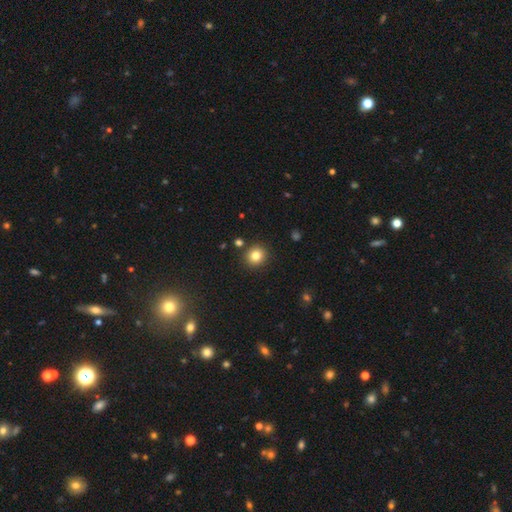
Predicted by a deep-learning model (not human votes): smooth-or-featured: smooth: 82% | star or artifact: 12% | featured or disk: 7%
  how-rounded: round: 88% | in between: 11% | cigar-shaped: 1%
  merging: none: 88% | minor disturbance: 6% | merger: 3% | major disturbance: 2%